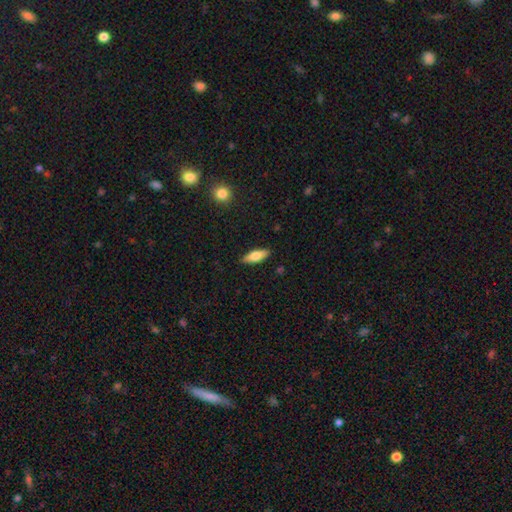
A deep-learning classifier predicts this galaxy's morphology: This appears to be a smooth galaxy with no disk features (73%) that is in between round and cigar-shaped (64%). Merging: none (88%).